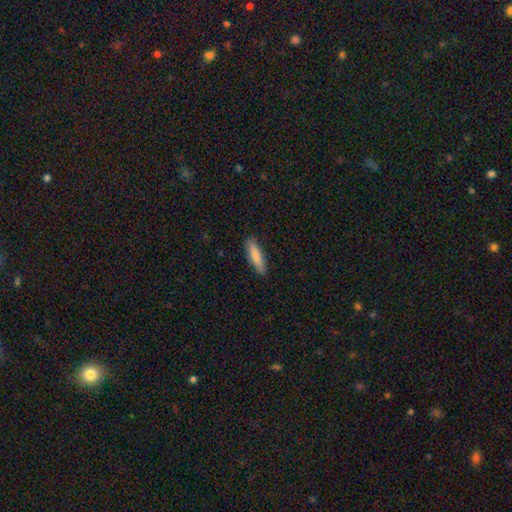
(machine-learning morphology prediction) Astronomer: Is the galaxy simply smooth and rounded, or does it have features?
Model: smooth — 77%.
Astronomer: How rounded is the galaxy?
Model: cigar-shaped — 65%.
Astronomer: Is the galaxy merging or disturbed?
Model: none — 88%.